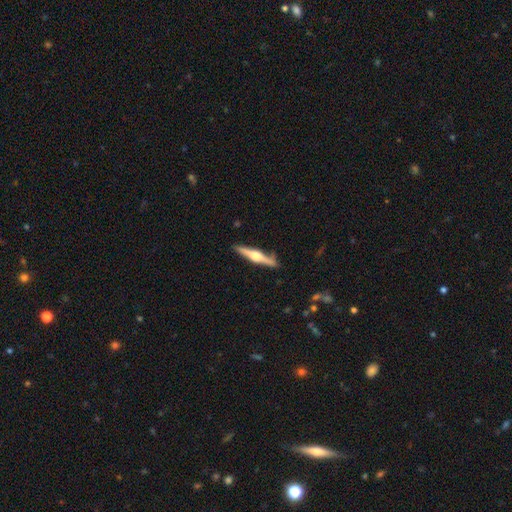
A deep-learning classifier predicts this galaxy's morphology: featured or disk 74%, smooth 21%, star or artifact 5%. Down the decision tree: edge-on disk — yes (98%); edge-on bulge — rounded (90%); merging — none (87%).